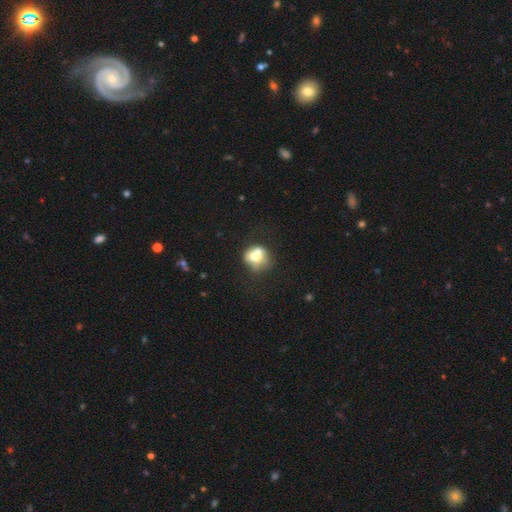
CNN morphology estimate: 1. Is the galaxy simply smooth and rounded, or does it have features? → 62% smooth, 28% featured or disk, 10% star or artifact.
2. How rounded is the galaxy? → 71% round, 28% in between, 1% cigar-shaped.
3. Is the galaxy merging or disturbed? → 43% merger, 35% none, 14% minor disturbance, 8% major disturbance.